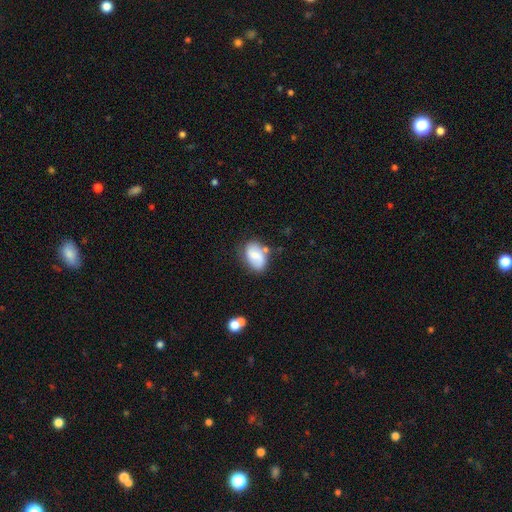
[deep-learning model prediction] Overall: smooth (69%). How rounded: in between (86%). Merging: none (59%; minor disturbance 25%).